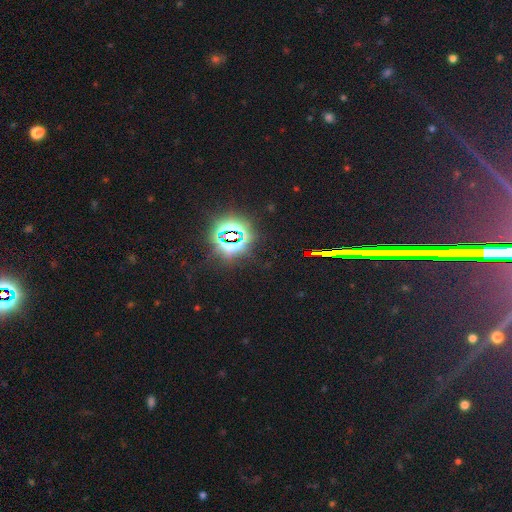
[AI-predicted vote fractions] The model was most divided on "smooth or featured": star or artifact: 82%, smooth: 11%, featured or disk: 8%.